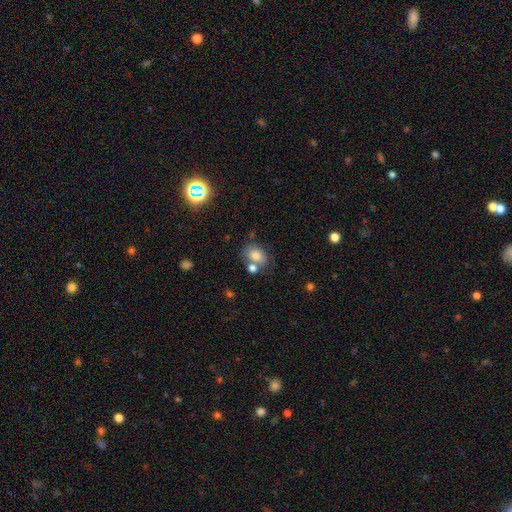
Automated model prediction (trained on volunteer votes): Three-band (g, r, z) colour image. It shows a smooth galaxy with no disk features (79%) that is in between round and cigar-shaped (74%). Merging: none (55%).